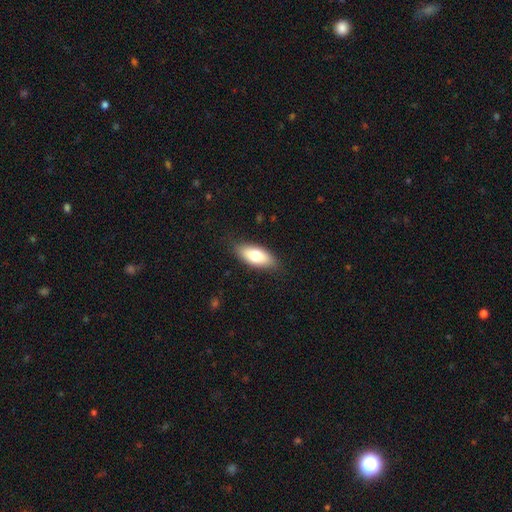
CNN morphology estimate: This appears to be a smooth galaxy with no disk features (72%) that is in between round and cigar-shaped (84%). Merging: none (84%).